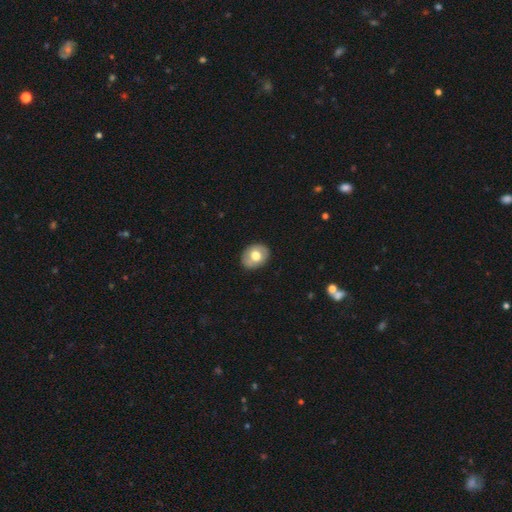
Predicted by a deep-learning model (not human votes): A smooth galaxy with no disk features (63%) that is in between round and cigar-shaped (56%).

Vote fractions:
- Smooth or featured? smooth: 63% / featured or disk: 31% / star or artifact: 7%
- How rounded? in between: 56% / round: 43% / cigar-shaped: 1%
- Merging? none: 87% / minor disturbance: 10% / major disturbance: 2% / merger: 1%